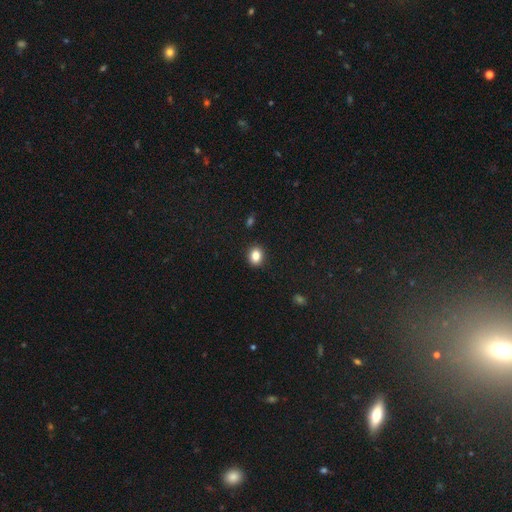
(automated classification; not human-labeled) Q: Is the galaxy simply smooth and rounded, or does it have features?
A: smooth — 84%.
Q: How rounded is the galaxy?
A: round — 59%.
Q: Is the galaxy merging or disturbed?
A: none — 90%.